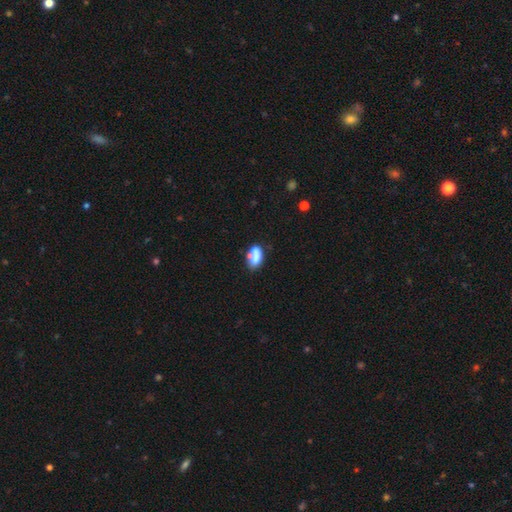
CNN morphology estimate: Q: Smooth or featured?
A: smooth (70%); runner-up: featured or disk (21%)
Q: How rounded?
A: in between (86%); runner-up: round (8%)
Q: Merging?
A: none (38%); runner-up: merger (34%)